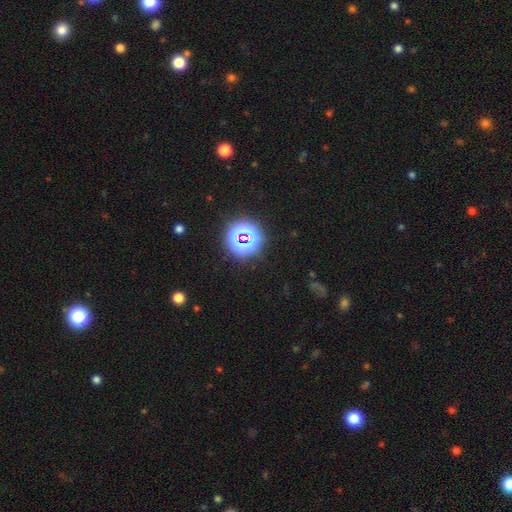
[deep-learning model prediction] Smooth or featured: star or artifact — 79% (smooth — 14%)